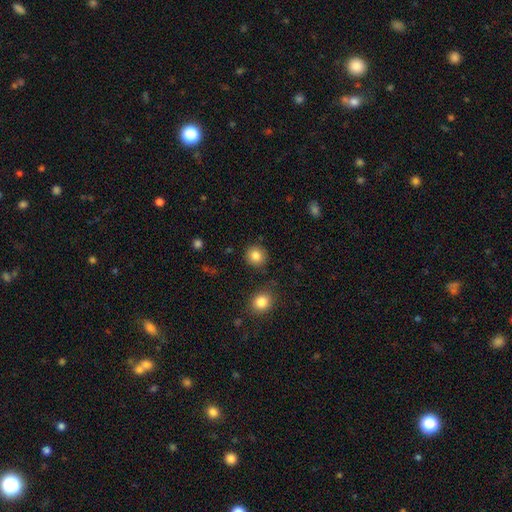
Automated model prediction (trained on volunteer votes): Q: Smooth or featured?
A: smooth (84%); runner-up: star or artifact (10%)
Q: How rounded?
A: round (89%); runner-up: in between (10%)
Q: Merging?
A: none (87%); runner-up: minor disturbance (8%)